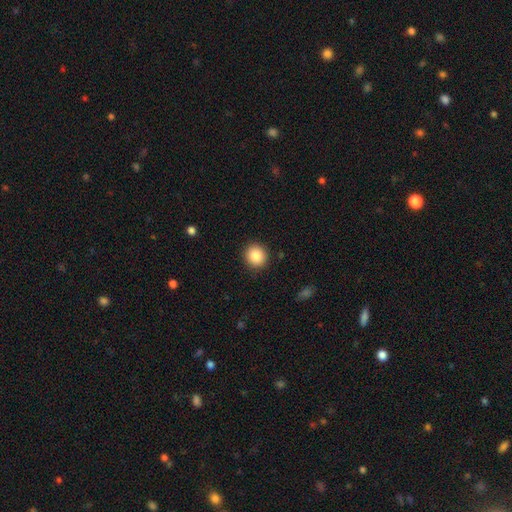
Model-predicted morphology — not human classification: The model was most divided on "smooth or featured": smooth: 86%, star or artifact: 9%, featured or disk: 5%. More confident: merging — none (91%); how rounded — round (89%).